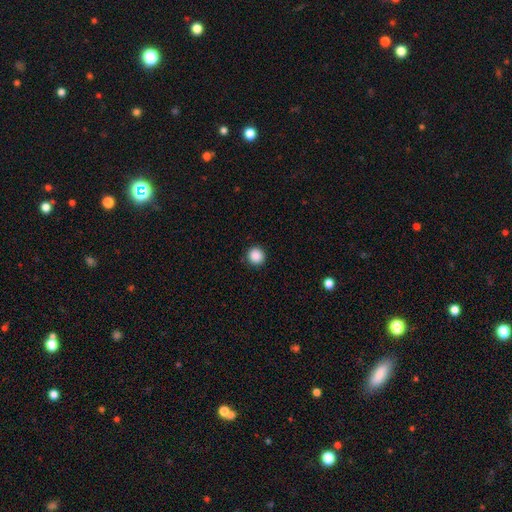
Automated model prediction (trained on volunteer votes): Smooth or featured? smooth (88%)
How rounded? round (95%)
Merging? none (91%)